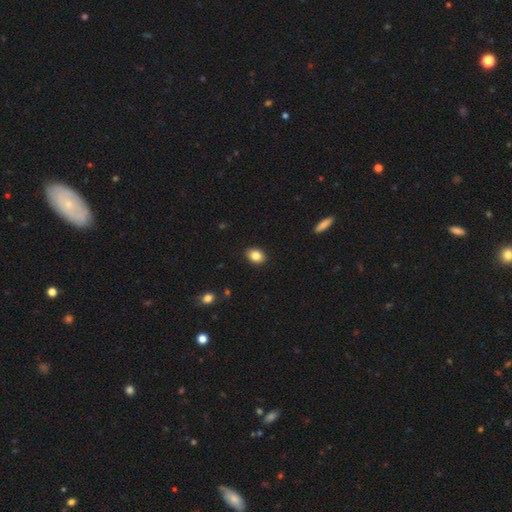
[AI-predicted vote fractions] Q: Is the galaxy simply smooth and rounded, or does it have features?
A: smooth — 85%.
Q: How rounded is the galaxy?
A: in between — 66%.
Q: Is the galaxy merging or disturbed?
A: none — 90%.